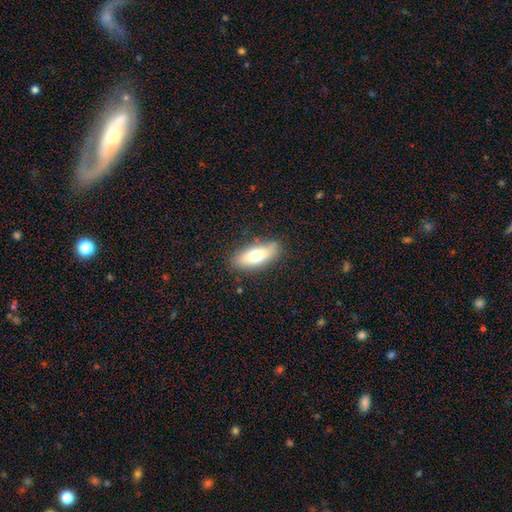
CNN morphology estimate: A smooth galaxy with no disk features (70%) that is in between round and cigar-shaped (73%). Merging: none (83%).